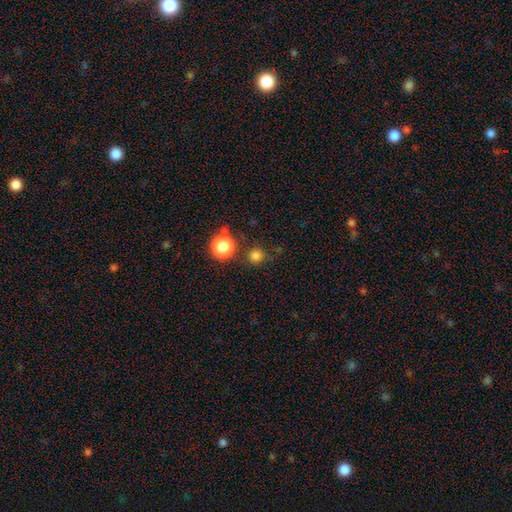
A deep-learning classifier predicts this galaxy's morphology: This is likely a smooth galaxy (78%). How rounded: clearly round (94%). Merging: likely none (80%).